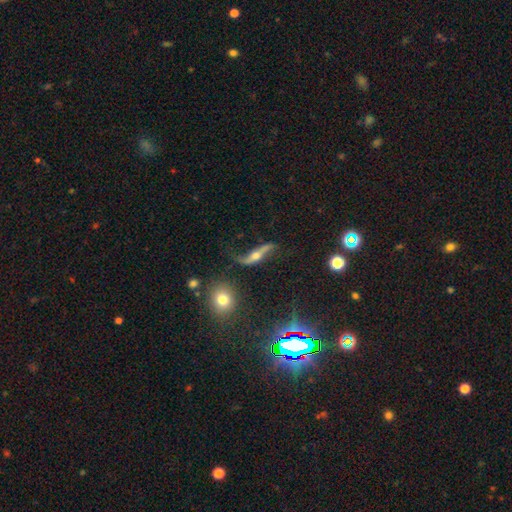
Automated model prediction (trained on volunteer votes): Overall: featured or disk (81%). Edge-on disk: no (70%). Bar: no (51%; strong 25%). Spiral arms: yes (92%). Spiral arm count: 2 (92%). Spiral winding: loose (93%). Bulge size: moderate (56%; small 31%). Merging: none (61%).